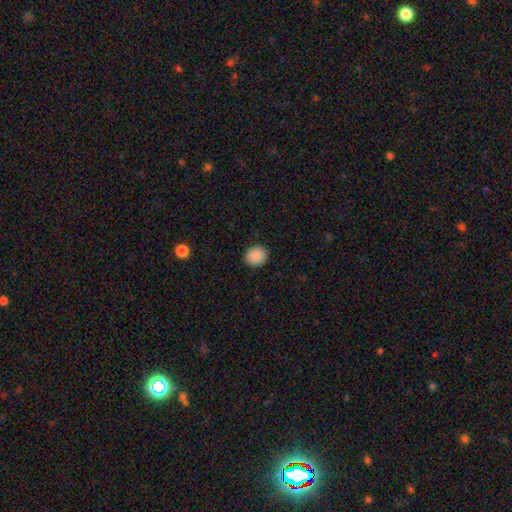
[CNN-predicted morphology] smooth-or-featured: smooth: 89% | star or artifact: 8% | featured or disk: 3%
  how-rounded: round: 72% | in between: 28% | cigar-shaped: 1%
  merging: none: 90% | minor disturbance: 7% | major disturbance: 2% | merger: 1%